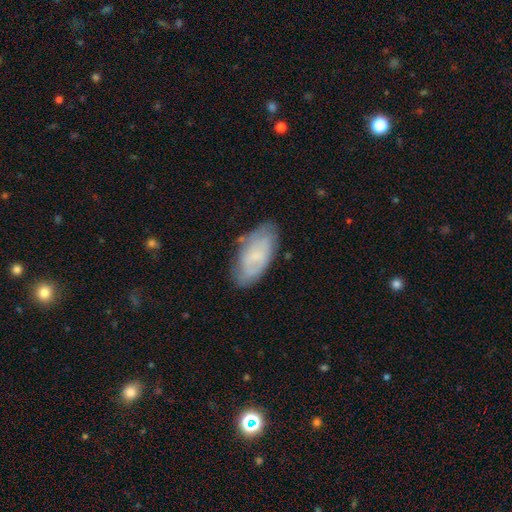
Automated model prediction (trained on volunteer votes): Smooth or featured?
  - smooth: 58% *
  - featured or disk: 34%
  - star or artifact: 8%
How rounded?
  - in between: 91% *
  - cigar-shaped: 6%
  - round: 2%
Merging?
  - none: 72% *
  - minor disturbance: 21%
  - major disturbance: 5%
  - merger: 2%